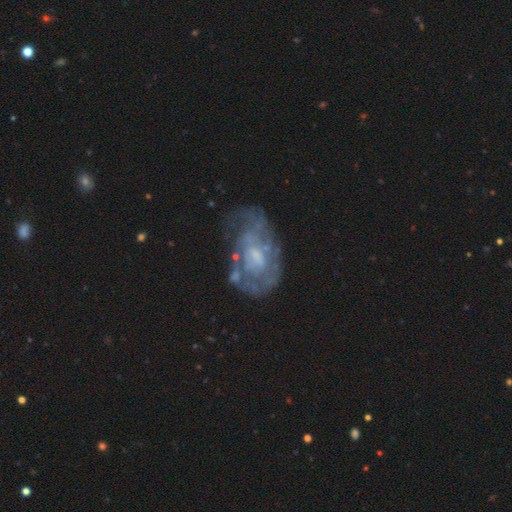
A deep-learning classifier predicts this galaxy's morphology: type=featured or disk (73%); edge-on=no (96%); bar=no (60%); spiral arms=yes (58%); bulge=small (37%); merging=none (50%).